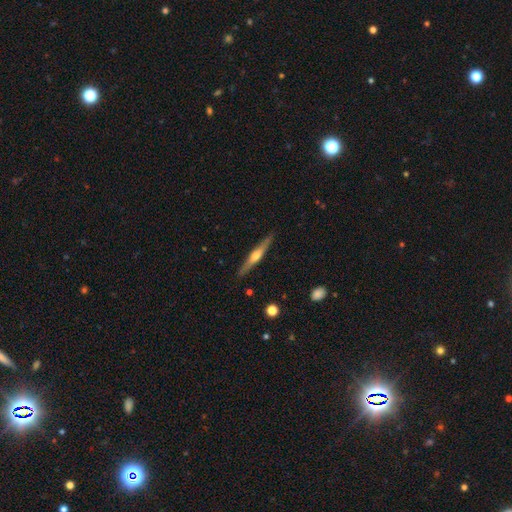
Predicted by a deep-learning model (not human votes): A featured or disk galaxy (65%) viewed edge-on (96%) with a rounded central bulge (87%). Merging: none (89%).